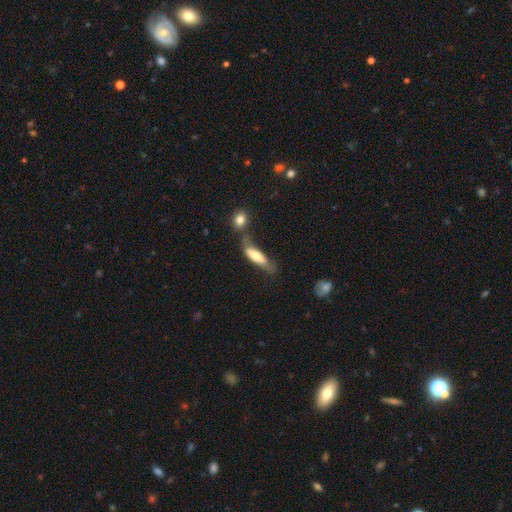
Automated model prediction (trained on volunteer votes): smooth_or_featured: smooth (p=0.64) [alt: featured or disk p=0.29]
how_rounded: cigar-shaped (p=0.57) [alt: in between p=0.41]
merging: none (p=0.38) [alt: minor disturbance p=0.24]